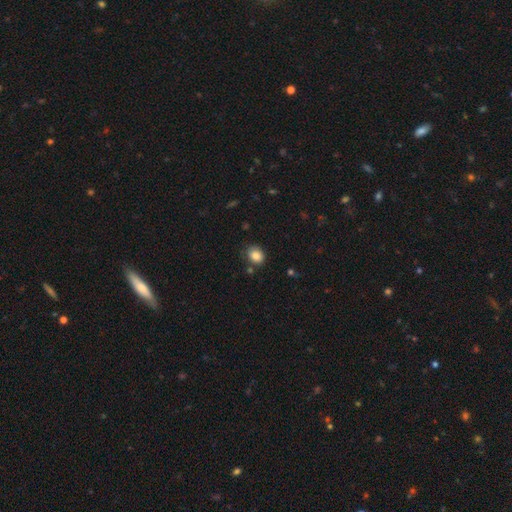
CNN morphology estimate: smooth_or_featured: smooth (p=0.85) [alt: star or artifact p=0.10]
how_rounded: round (p=0.53) [alt: in between p=0.46]
merging: none (p=0.76) [alt: minor disturbance p=0.16]